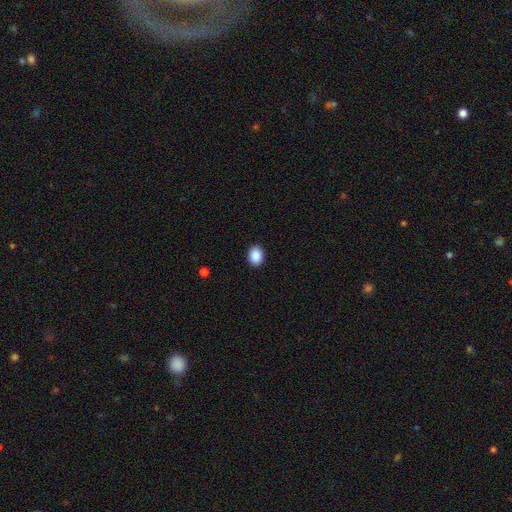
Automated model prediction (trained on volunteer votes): Morphology: type=smooth (89%); roundness=in between (61%); merging=none (91%).